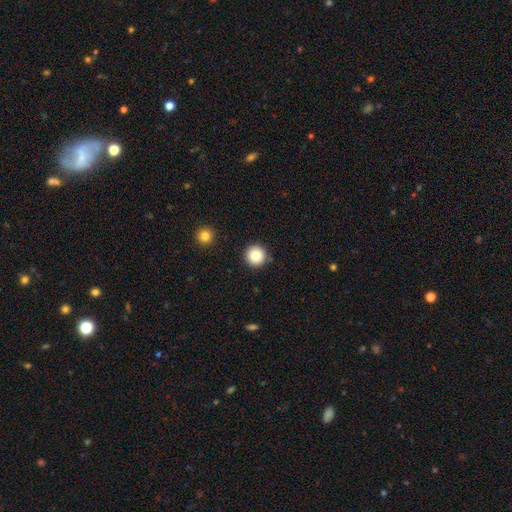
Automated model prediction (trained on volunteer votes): Smooth or featured? smooth (82%)
How rounded? round (96%)
Merging? none (90%)